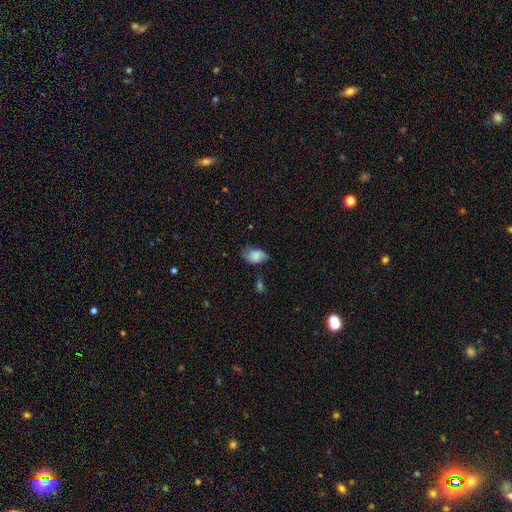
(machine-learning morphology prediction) smooth 77%, featured or disk 15%, star or artifact 8%. Down the decision tree: how rounded — in between (87%); merging — none (51%).